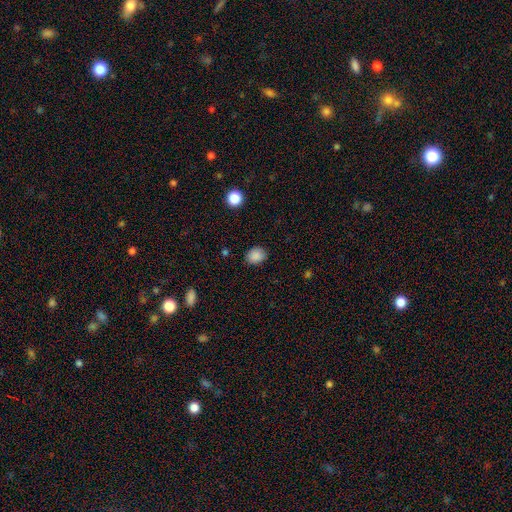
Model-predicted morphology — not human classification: Smooth or featured?
  - smooth: 87% *
  - star or artifact: 10%
  - featured or disk: 3%
How rounded?
  - round: 57% *
  - in between: 42%
  - cigar-shaped: 1%
Merging?
  - none: 85% *
  - minor disturbance: 11%
  - major disturbance: 3%
  - merger: 1%